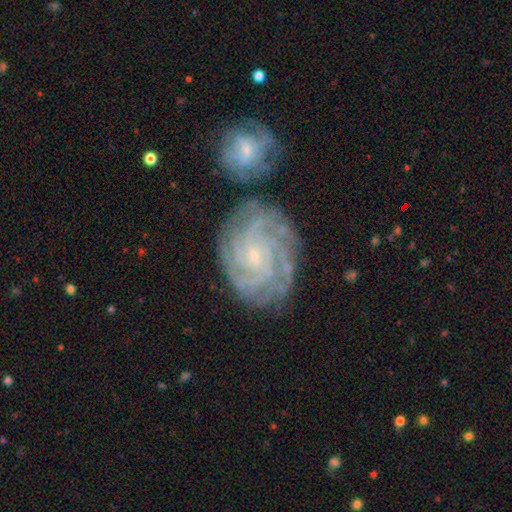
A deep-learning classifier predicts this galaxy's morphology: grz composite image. It shows a featured or disk galaxy (87%) with no bar (69%), 4 (30%) tight (79%) spiral arms (97%) and a small central bulge (85%). Merging: none (73%).